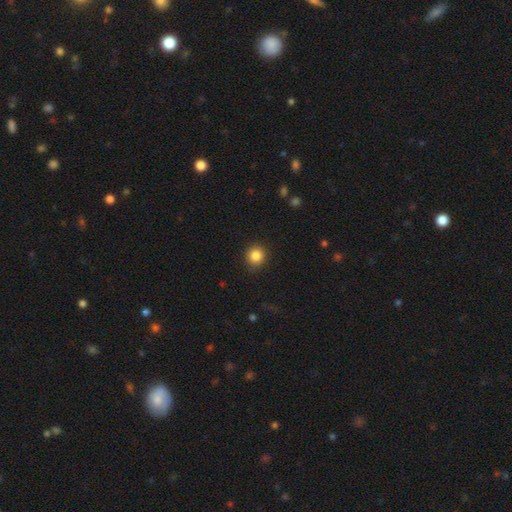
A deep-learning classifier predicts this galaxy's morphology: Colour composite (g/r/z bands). It shows a smooth galaxy with no disk features (86%) that is round (91%). Merging: none (88%).